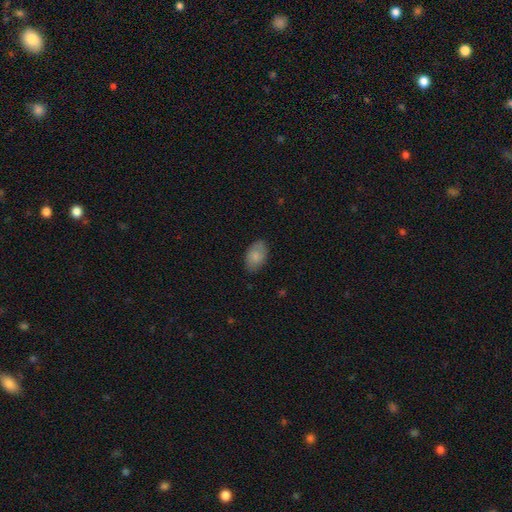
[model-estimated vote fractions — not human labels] Smooth or featured? Predicted: smooth (p=0.83). How rounded? Predicted: in between (p=0.92). Merging? Predicted: none (p=0.82).